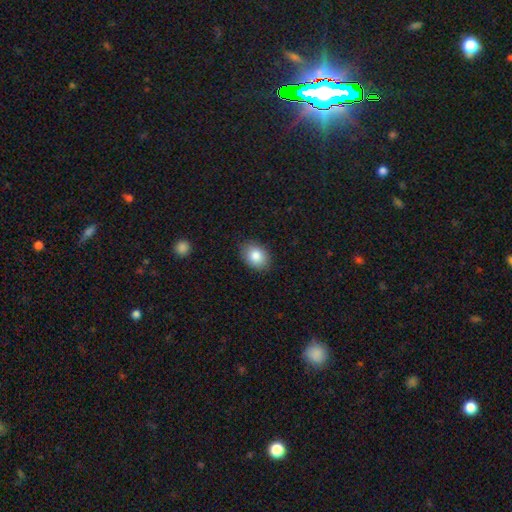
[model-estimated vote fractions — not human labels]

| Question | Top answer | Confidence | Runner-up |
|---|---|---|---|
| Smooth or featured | smooth | 85% | star or artifact (8%) |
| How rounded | in between | 70% | round (29%) |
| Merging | none | 85% | minor disturbance (11%) |